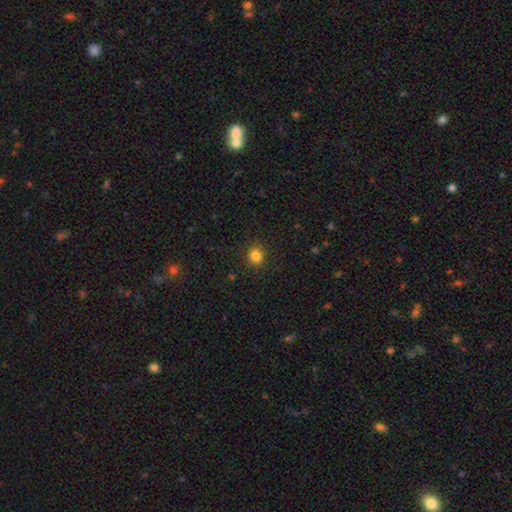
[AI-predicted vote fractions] This is clearly a smooth galaxy (83%). How rounded: clearly round (80%). Merging: clearly none (89%).